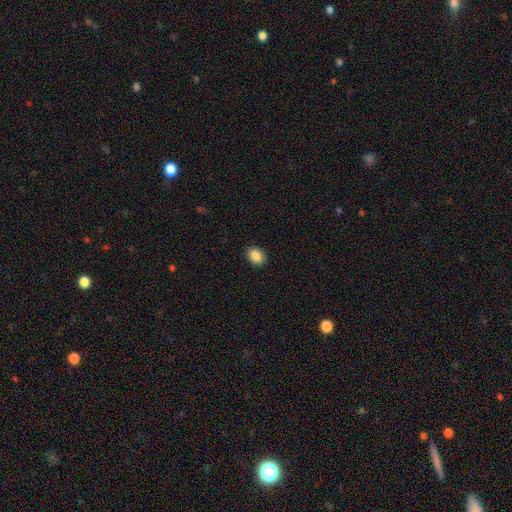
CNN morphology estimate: Smooth or featured?
  - smooth: 88% *
  - star or artifact: 8%
  - featured or disk: 3%
How rounded?
  - in between: 68% *
  - round: 31%
  - cigar-shaped: 1%
Merging?
  - none: 90% *
  - minor disturbance: 7%
  - major disturbance: 2%
  - merger: 1%